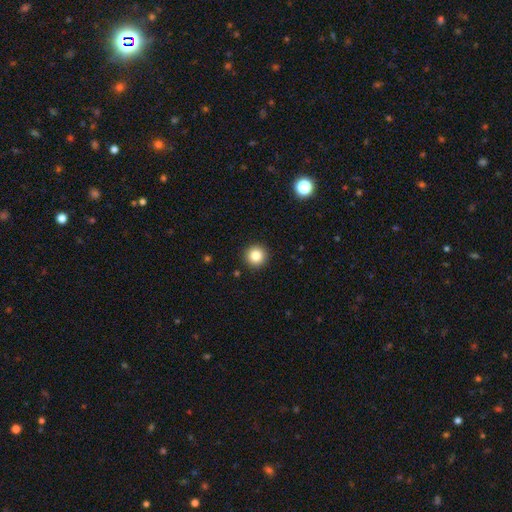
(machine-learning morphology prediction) Smooth or featured: smooth — 84% (star or artifact — 11%)
How rounded: round — 96% (in between — 3%)
Merging: none — 93% (minor disturbance — 5%)